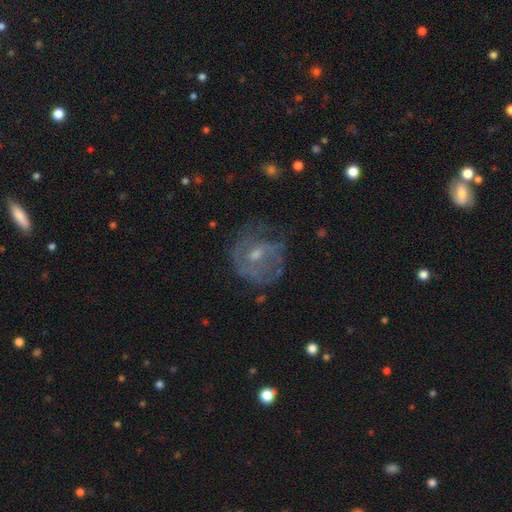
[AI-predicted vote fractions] smooth_or_featured: featured or disk (p=0.66) [alt: smooth p=0.24]
disk_edge_on: no (p=0.97) [alt: yes p=0.03]
bar: no (p=0.55) [alt: weak p=0.39]
has_spiral_arms: yes (p=0.67) [alt: no p=0.33]
bulge_size: moderate (p=0.47) [alt: small p=0.44]
merging: none (p=0.55) [alt: minor disturbance p=0.23]